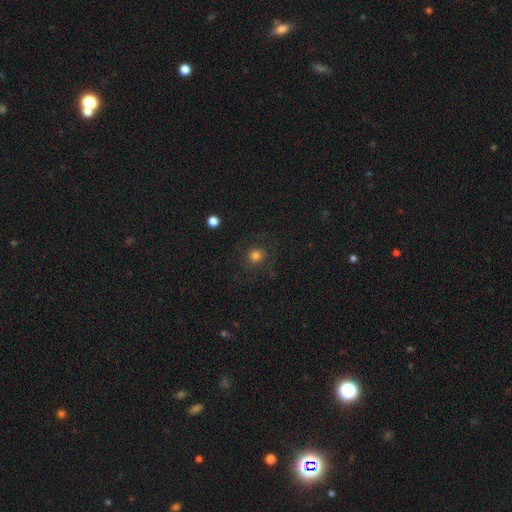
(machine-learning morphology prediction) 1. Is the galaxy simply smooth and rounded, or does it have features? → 74% smooth, 14% star or artifact, 12% featured or disk.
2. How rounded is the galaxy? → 86% round, 13% in between, 1% cigar-shaped.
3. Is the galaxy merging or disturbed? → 78% none, 12% minor disturbance, 8% major disturbance, 1% merger.